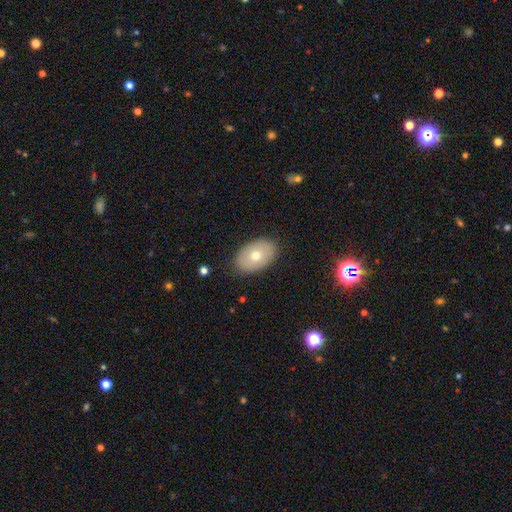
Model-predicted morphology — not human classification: This is likely a smooth galaxy (69%). How rounded: clearly in between (89%). Merging: clearly none (86%).